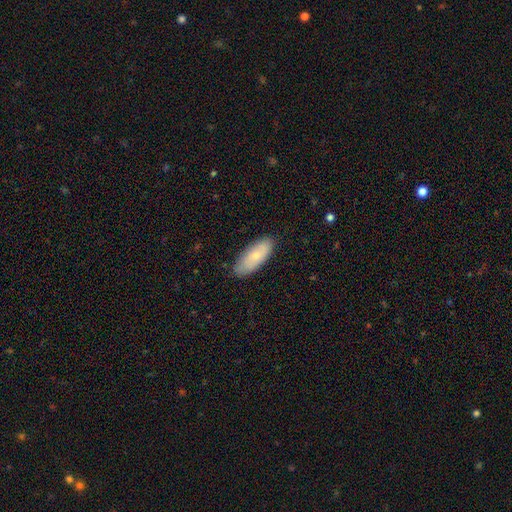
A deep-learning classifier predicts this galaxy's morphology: Smooth or featured?
  - smooth: 71% *
  - featured or disk: 23%
  - star or artifact: 6%
How rounded?
  - in between: 81% *
  - cigar-shaped: 17%
  - round: 2%
Merging?
  - none: 84% *
  - minor disturbance: 13%
  - major disturbance: 2%
  - merger: 1%